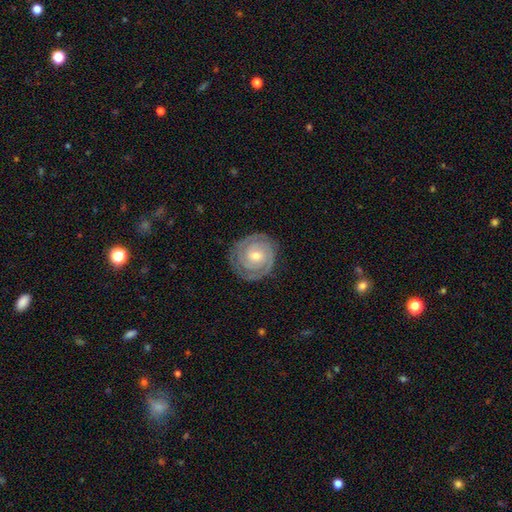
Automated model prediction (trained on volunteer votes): The model was most divided on "bulge size": moderate: 50%, small: 46%, large: 2%, none: 1%, dominant: 1%. More confident: edge-on disk — no (98%); spiral arms — yes (97%); smooth or featured — featured or disk (87%); spiral winding — tight (85%); merging — none (84%); bar — no (69%); spiral arm count — 2 (67%).